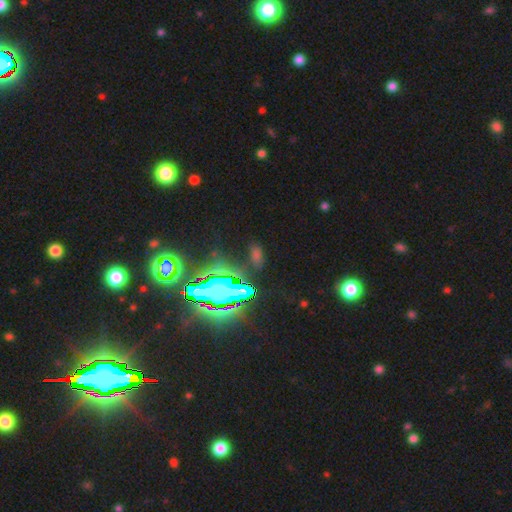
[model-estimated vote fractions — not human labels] Overall: star or artifact (55%; smooth 27%).